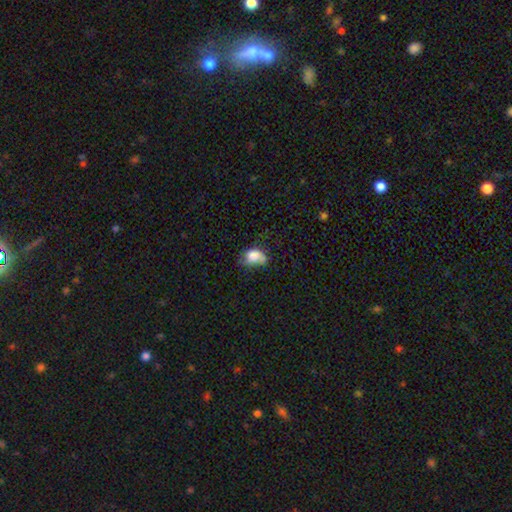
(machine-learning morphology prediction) smooth 73%, featured or disk 17%, star or artifact 9%. Down the decision tree: how rounded — in between (74%); merging — minor disturbance (35%).